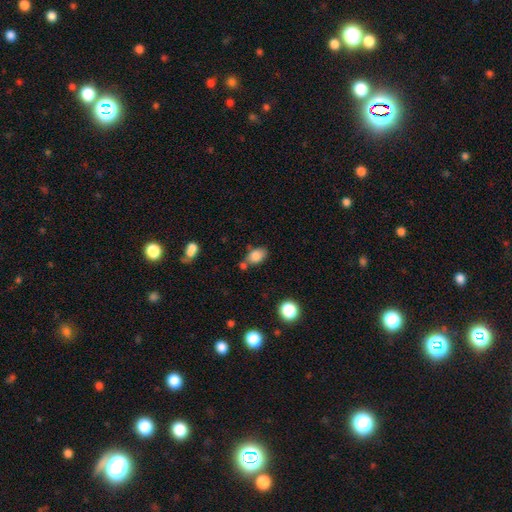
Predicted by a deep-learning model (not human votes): Q: Smooth or featured?
A: smooth (82%); runner-up: star or artifact (9%)
Q: How rounded?
A: in between (81%); runner-up: round (17%)
Q: Merging?
A: none (60%); runner-up: minor disturbance (19%)